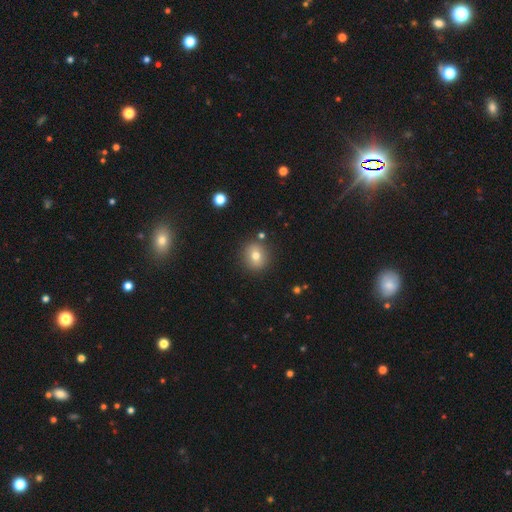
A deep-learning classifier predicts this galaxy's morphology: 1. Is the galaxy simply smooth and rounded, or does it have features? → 74% smooth, 14% featured or disk, 11% star or artifact.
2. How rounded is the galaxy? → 84% round, 15% in between, 1% cigar-shaped.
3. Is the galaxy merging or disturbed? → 87% none, 8% minor disturbance, 3% merger, 2% major disturbance.